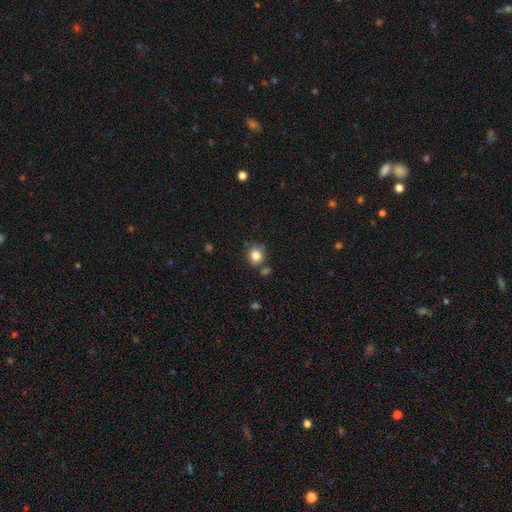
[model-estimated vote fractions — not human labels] A smooth galaxy with no disk features (82%) that is round (78%). Merging: none (71%).